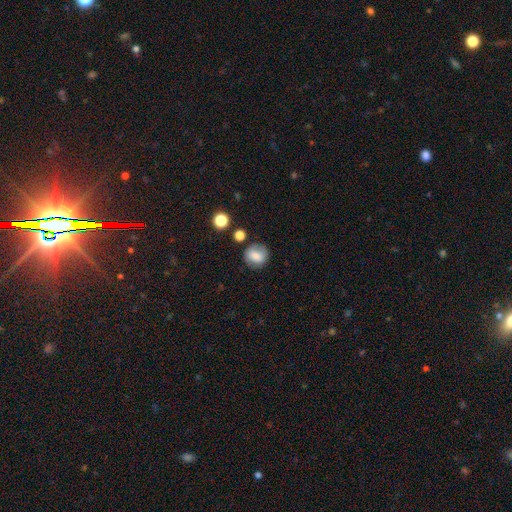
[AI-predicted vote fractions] Smooth or featured?
  - smooth: 74% *
  - featured or disk: 15%
  - star or artifact: 10%
How rounded?
  - round: 76% *
  - in between: 22%
  - cigar-shaped: 1%
Merging?
  - none: 75% *
  - minor disturbance: 15%
  - merger: 5%
  - major disturbance: 5%